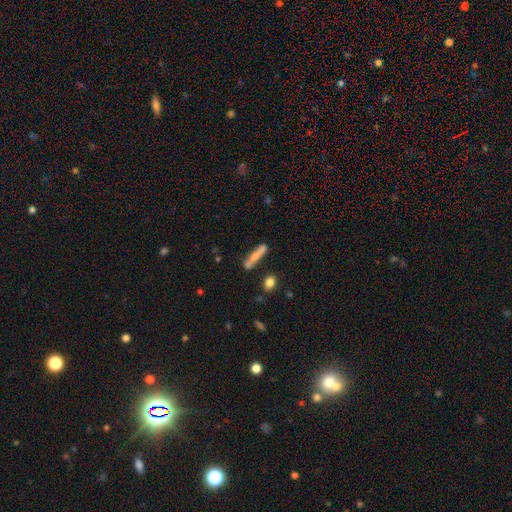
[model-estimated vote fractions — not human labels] The model was most divided on "smooth or featured": smooth: 62%, featured or disk: 32%, star or artifact: 6%. More confident: how rounded — cigar-shaped (89%); merging — none (75%).